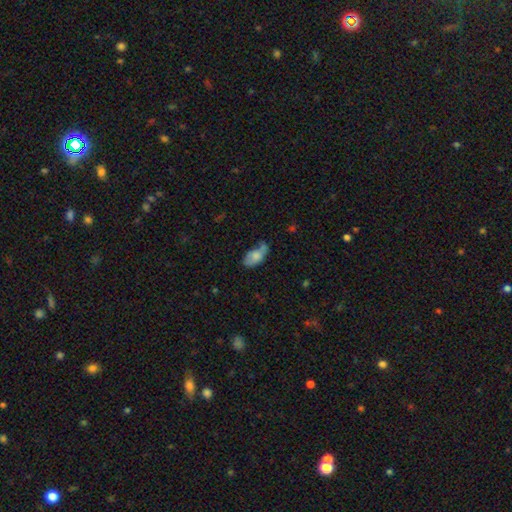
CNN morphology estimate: type=smooth (75%); roundness=in between (91%); merging=none (36%).